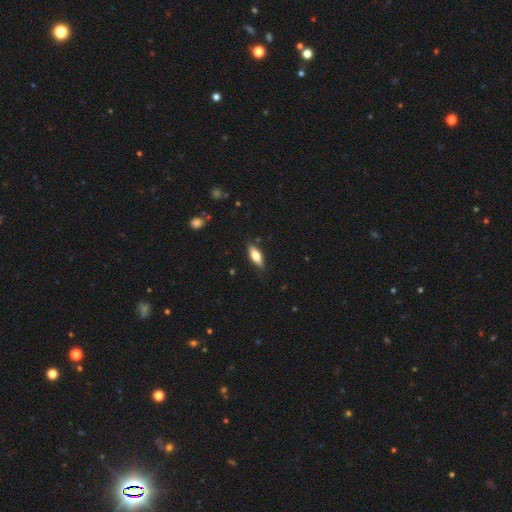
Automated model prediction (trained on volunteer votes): This appears to be a smooth galaxy with no disk features (66%) that is in between round and cigar-shaped (66%). Merging: none (85%).